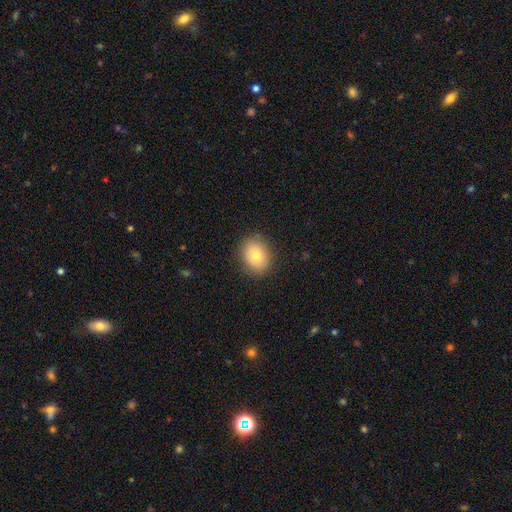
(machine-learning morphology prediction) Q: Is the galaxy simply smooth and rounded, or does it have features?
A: smooth — 79%.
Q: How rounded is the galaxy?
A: in between — 53%.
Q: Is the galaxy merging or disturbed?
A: none — 88%.